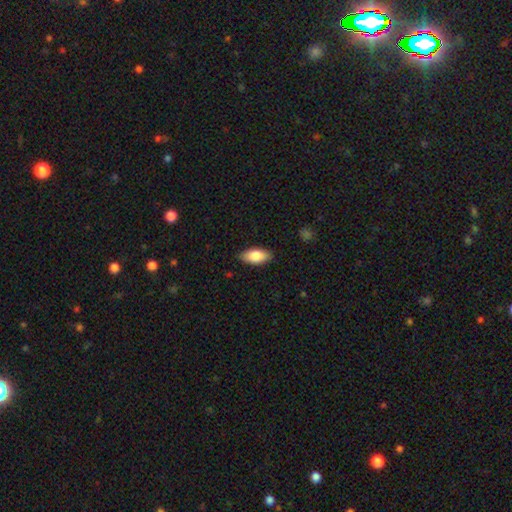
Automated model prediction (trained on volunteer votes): A smooth galaxy with no disk features (83%) that is in between round and cigar-shaped (91%). Merging: none (86%).